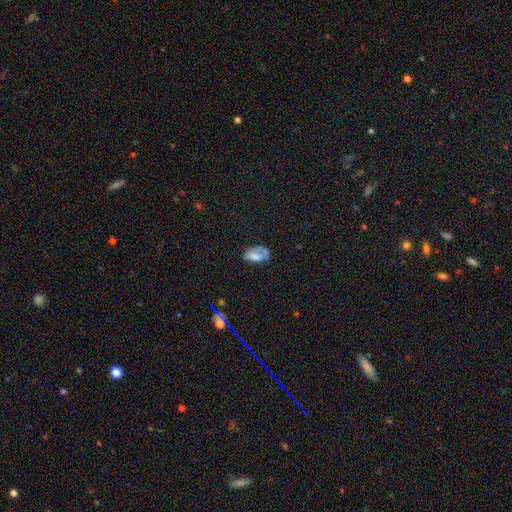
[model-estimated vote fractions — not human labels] Smooth or featured?
  - smooth: 65% *
  - featured or disk: 24%
  - star or artifact: 11%
How rounded?
  - in between: 90% *
  - round: 6%
  - cigar-shaped: 3%
Merging?
  - none: 41% *
  - minor disturbance: 30%
  - major disturbance: 24%
  - merger: 5%